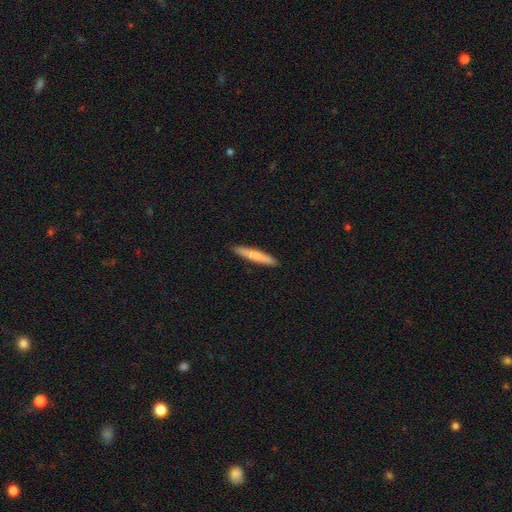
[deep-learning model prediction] Overall: smooth (71%). How rounded: cigar-shaped (94%). Merging: none (92%).